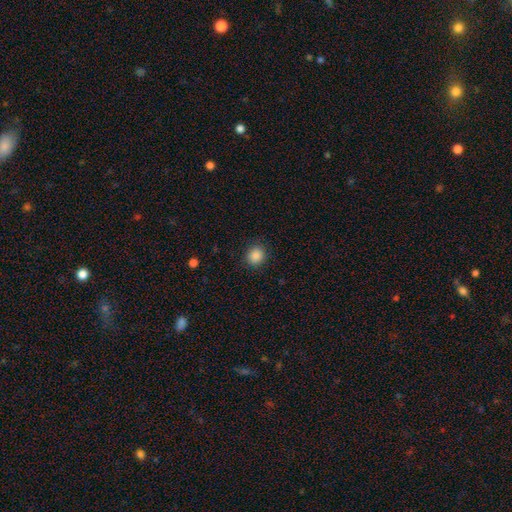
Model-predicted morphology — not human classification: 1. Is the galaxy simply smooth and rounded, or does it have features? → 88% smooth, 9% star or artifact, 3% featured or disk.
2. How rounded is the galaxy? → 77% round, 22% in between, 1% cigar-shaped.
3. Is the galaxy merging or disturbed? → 89% none, 8% minor disturbance, 3% major disturbance, 1% merger.